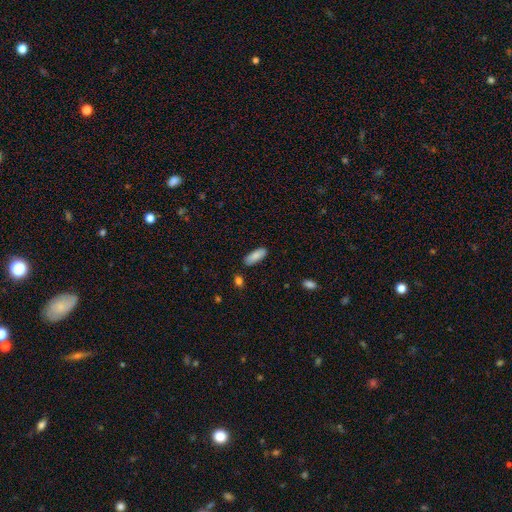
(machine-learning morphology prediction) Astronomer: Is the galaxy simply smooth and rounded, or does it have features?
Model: smooth — 87%.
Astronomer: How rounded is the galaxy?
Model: in between — 70%.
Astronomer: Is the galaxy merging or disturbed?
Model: none — 86%.